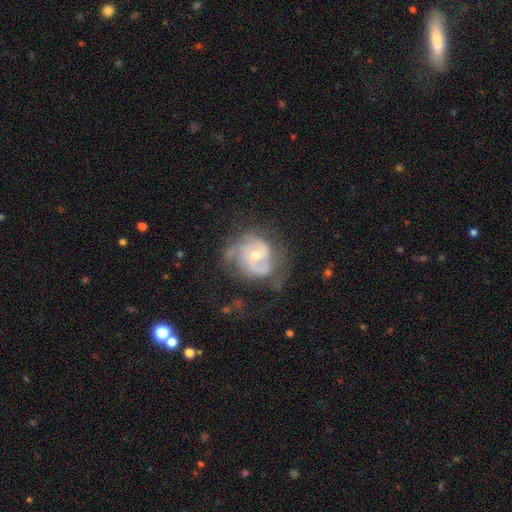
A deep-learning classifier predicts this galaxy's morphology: A featured or disk galaxy (77%) with no bar (62%), 2 (48%) medium (42%) spiral arms (88%) and a moderate central bulge (49%).

Vote fractions:
- Smooth or featured? featured or disk: 77% / smooth: 17% / star or artifact: 6%
- Edge-on disk? no: 98% / yes: 2%
- Bar? no: 62% / weak: 32% / strong: 7%
- Spiral arms? yes: 88% / no: 12%
- Spiral winding? medium: 42% / tight: 40% / loose: 18%
- Spiral arm count? 2: 48% / can't tell: 24% / 3: 15% / 1: 8% / 4: 3% / more than 4: 3%
- Bulge size? moderate: 49% / small: 47% / large: 2% / none: 1% / dominant: 1%
- Merging? none: 48% / minor disturbance: 27% / major disturbance: 22% / merger: 2%